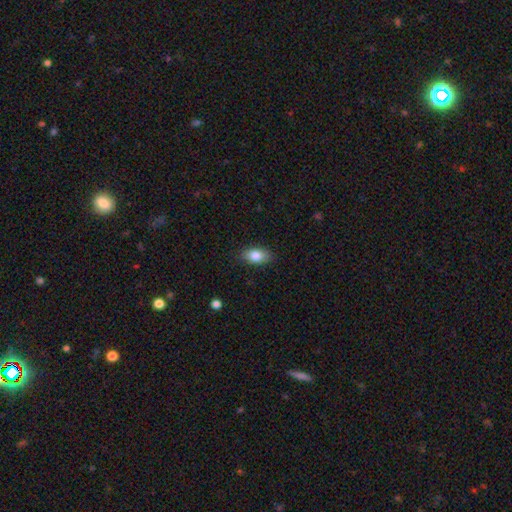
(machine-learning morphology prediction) This appears to be a smooth galaxy with no disk features (83%) that is in between round and cigar-shaped (89%). Merging: none (86%).